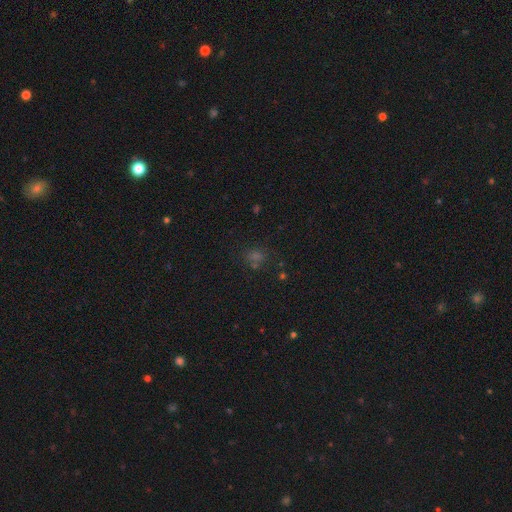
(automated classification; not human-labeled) smooth-or-featured: smooth: 50% | star or artifact: 41% | featured or disk: 9%
  how-rounded: round: 72% | in between: 26% | cigar-shaped: 2%
  merging: none: 72% | minor disturbance: 13% | merger: 8% | major disturbance: 7%